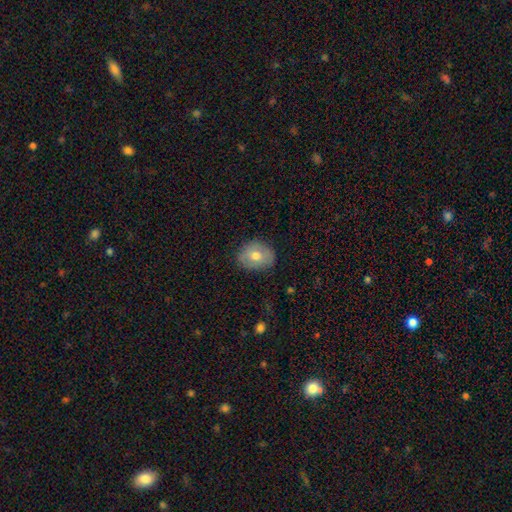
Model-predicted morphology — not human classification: Q: Smooth or featured?
A: smooth (70%); runner-up: featured or disk (21%)
Q: How rounded?
A: in between (54%); runner-up: round (45%)
Q: Merging?
A: none (82%); runner-up: minor disturbance (14%)